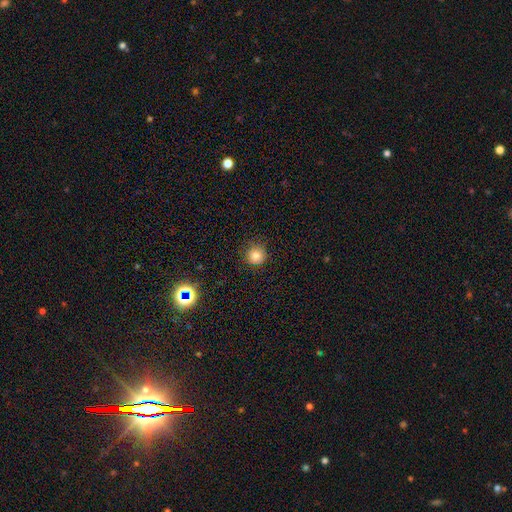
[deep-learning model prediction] A smooth galaxy with no disk features (82%) that is round (93%).

Vote fractions:
- Smooth or featured? smooth: 82% / star or artifact: 13% / featured or disk: 5%
- How rounded? round: 93% / in between: 6% / cigar-shaped: 1%
- Merging? none: 83% / minor disturbance: 12% / major disturbance: 3% / merger: 1%